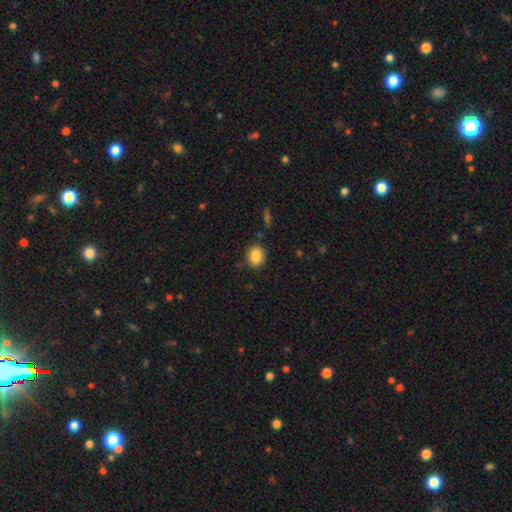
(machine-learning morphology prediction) This is clearly a smooth galaxy (86%). How rounded: possibly round (58%). Merging: clearly none (86%).